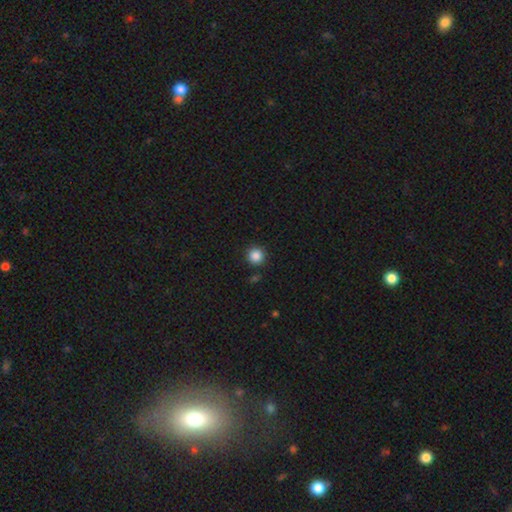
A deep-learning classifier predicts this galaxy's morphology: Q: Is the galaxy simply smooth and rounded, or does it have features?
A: smooth — 86%.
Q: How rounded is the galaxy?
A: round — 95%.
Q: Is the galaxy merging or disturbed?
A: none — 90%.